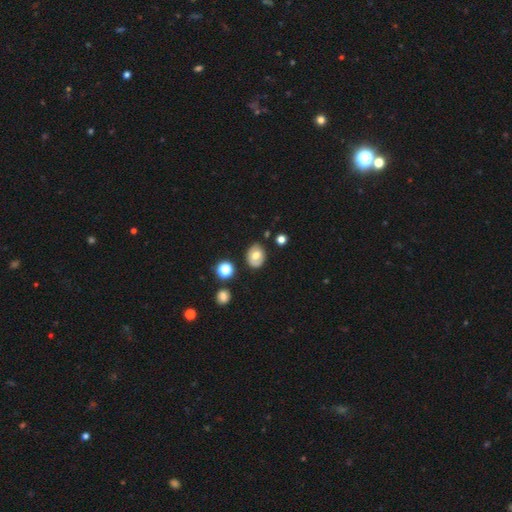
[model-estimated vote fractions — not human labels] Q: Smooth or featured?
A: smooth (65%); runner-up: featured or disk (25%)
Q: How rounded?
A: in between (58%); runner-up: round (41%)
Q: Merging?
A: none (79%); runner-up: minor disturbance (14%)